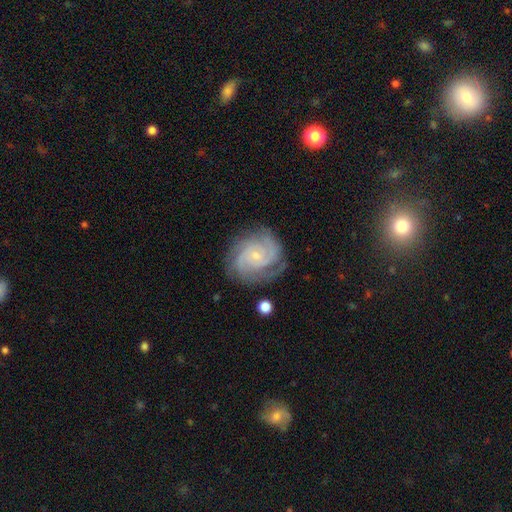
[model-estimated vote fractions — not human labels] Smooth or featured? Predicted: featured or disk (p=0.87). Edge-on disk? Predicted: no (p=0.98). Bar? Predicted: no (p=0.73). Spiral arms? Predicted: yes (p=0.97). Spiral winding? Predicted: tight (p=0.64). Spiral arm count? Predicted: 3 (p=0.35). Bulge size? Predicted: small (p=0.83). Merging? Predicted: none (p=0.77).